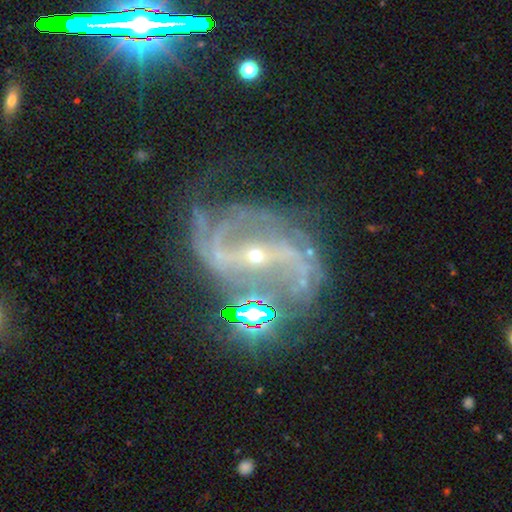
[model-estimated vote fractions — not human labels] Smooth or featured: featured or disk — 88% (star or artifact — 9%)
Edge-on disk: no — 97% (yes — 3%)
Bar: strong — 61% (weak — 25%)
Spiral arms: yes — 96% (no — 4%)
Spiral winding: medium — 44% (loose — 38%)
Spiral arm count: 2 — 73% (can't tell — 8%)
Bulge size: small — 80% (moderate — 17%)
Merging: none — 52% (minor disturbance — 22%)